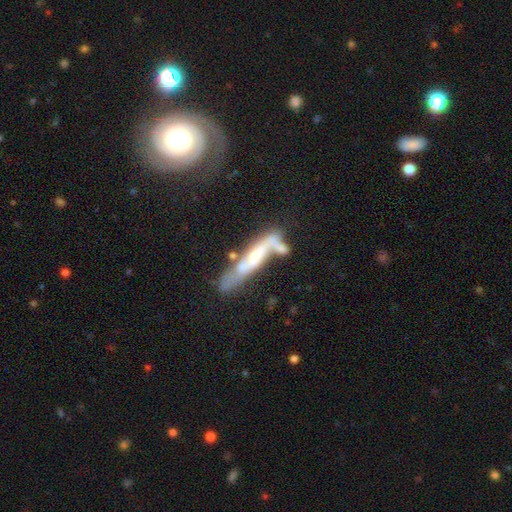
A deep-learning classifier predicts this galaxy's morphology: This appears to be a featured or disk galaxy (59%) viewed edge-on (52%). Merging: merger (33%).